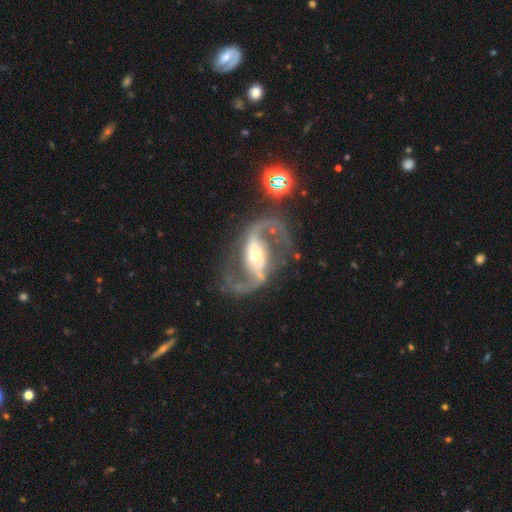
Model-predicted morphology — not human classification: smooth_or_featured: featured or disk (p=0.91) [alt: star or artifact p=0.05]
disk_edge_on: no (p=0.97) [alt: yes p=0.03]
bar: strong (p=0.44) [alt: weak p=0.31]
has_spiral_arms: yes (p=0.97) [alt: no p=0.03]
spiral_winding: medium (p=0.48) [alt: loose p=0.43]
spiral_arm_count: 2 (p=0.94) [alt: can't tell p=0.02]
bulge_size: moderate (p=0.59) [alt: small p=0.31]
merging: none (p=0.76) [alt: minor disturbance p=0.12]